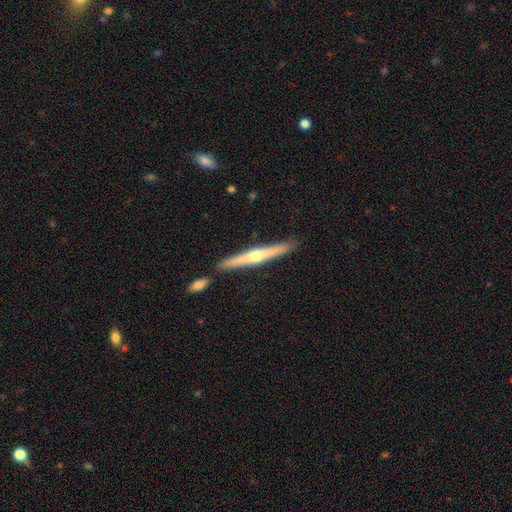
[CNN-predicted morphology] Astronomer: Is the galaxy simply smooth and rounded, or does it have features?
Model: featured or disk — 70%.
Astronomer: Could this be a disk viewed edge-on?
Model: yes — 97%.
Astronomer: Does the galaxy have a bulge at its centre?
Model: rounded — 87%.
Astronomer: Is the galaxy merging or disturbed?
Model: none — 86%.